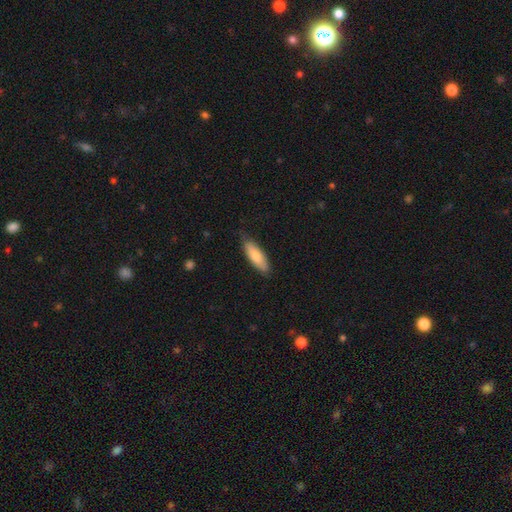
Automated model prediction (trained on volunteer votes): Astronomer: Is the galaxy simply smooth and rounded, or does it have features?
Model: smooth — 77%.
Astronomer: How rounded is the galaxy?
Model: in between — 58% (runner-up: cigar-shaped, 40%).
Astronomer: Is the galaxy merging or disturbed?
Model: none — 79%.